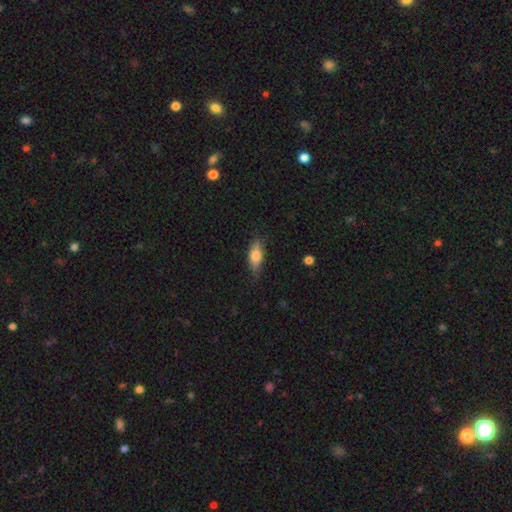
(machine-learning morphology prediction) type=smooth (72%); roundness=in between (72%); merging=none (74%).